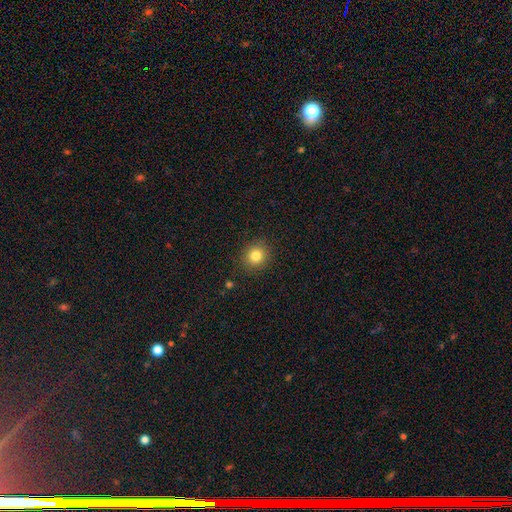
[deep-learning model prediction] Smooth or featured?
  - smooth: 82% *
  - star or artifact: 11%
  - featured or disk: 6%
How rounded?
  - round: 85% *
  - in between: 14%
  - cigar-shaped: 1%
Merging?
  - none: 89% *
  - minor disturbance: 7%
  - major disturbance: 2%
  - merger: 1%